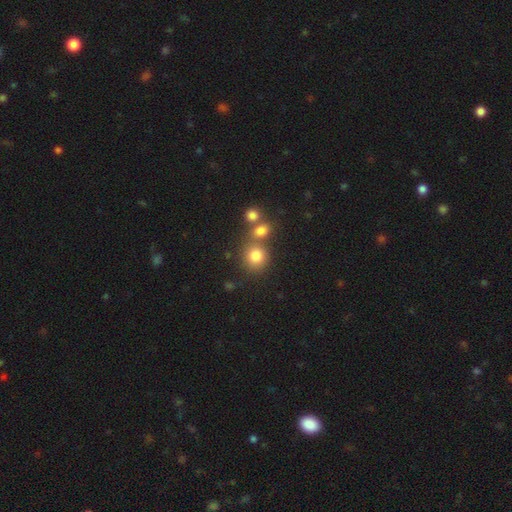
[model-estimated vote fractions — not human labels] smooth-or-featured: smooth: 79% | star or artifact: 12% | featured or disk: 8%
  how-rounded: round: 84% | in between: 15% | cigar-shaped: 1%
  merging: none: 58% | merger: 28% | minor disturbance: 10% | major disturbance: 4%